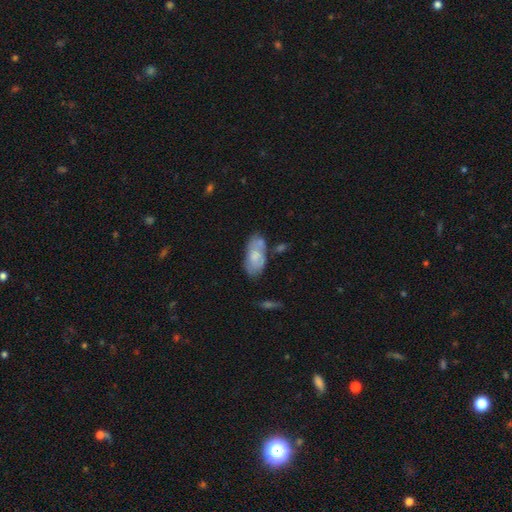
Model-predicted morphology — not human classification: This appears to be a smooth galaxy with no disk features (62%) that is in between round and cigar-shaped (92%). Merging: none (50%).